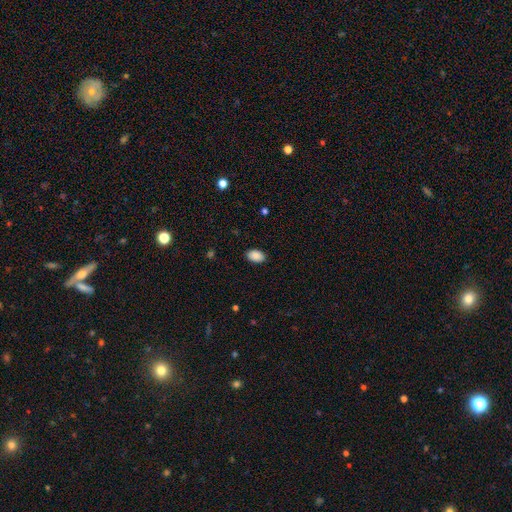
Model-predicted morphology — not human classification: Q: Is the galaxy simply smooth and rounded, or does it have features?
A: smooth — 89%.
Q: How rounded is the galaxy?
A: in between — 88%.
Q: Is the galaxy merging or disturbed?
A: none — 88%.